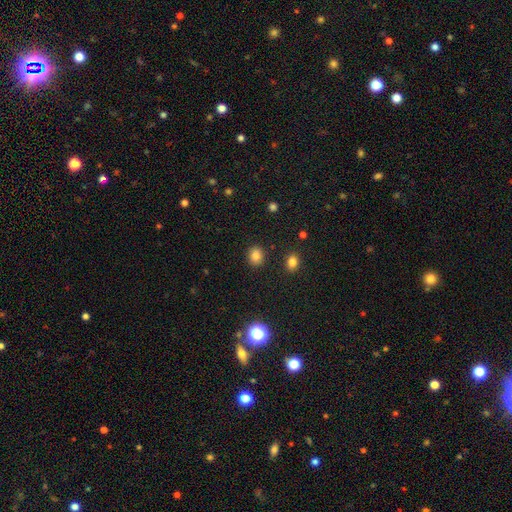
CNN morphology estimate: The model was most divided on "how rounded": round: 66%, in between: 33%, cigar-shaped: 1%. More confident: merging — none (89%); smooth or featured — smooth (83%).